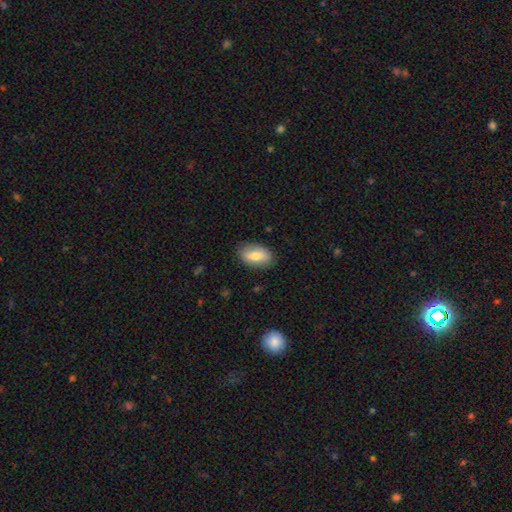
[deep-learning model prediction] smooth-or-featured: smooth: 73% | featured or disk: 21% | star or artifact: 6%
  how-rounded: in between: 91% | round: 6% | cigar-shaped: 3%
  merging: none: 85% | minor disturbance: 12% | major disturbance: 3% | merger: 1%